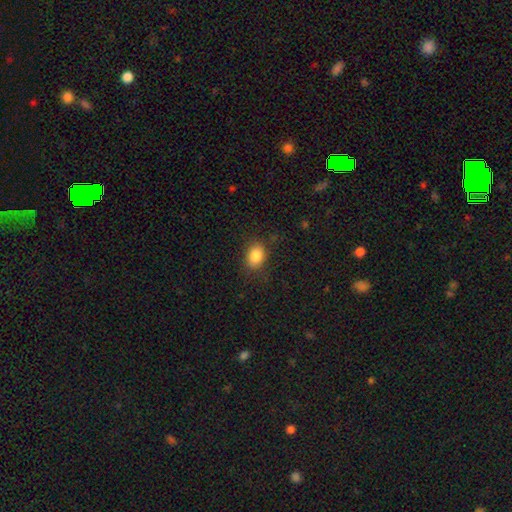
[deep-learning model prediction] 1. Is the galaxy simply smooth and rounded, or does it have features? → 86% smooth, 9% star or artifact, 5% featured or disk.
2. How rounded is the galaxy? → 66% in between, 33% round, 1% cigar-shaped.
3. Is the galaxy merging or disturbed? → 81% none, 14% minor disturbance, 4% major disturbance, 1% merger.